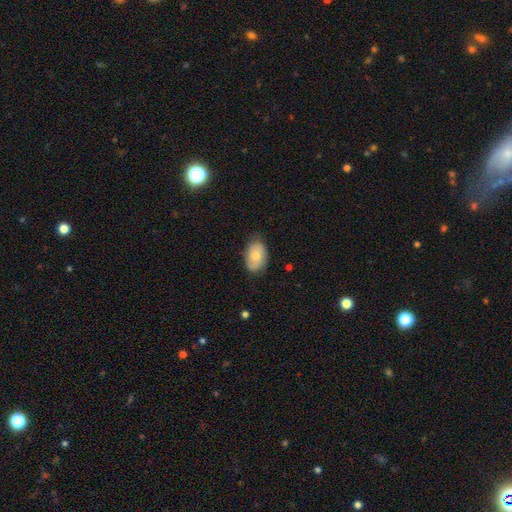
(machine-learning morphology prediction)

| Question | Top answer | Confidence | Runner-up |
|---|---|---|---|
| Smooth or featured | smooth | 74% | featured or disk (19%) |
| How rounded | in between | 89% | round (9%) |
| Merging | none | 75% | minor disturbance (20%) |